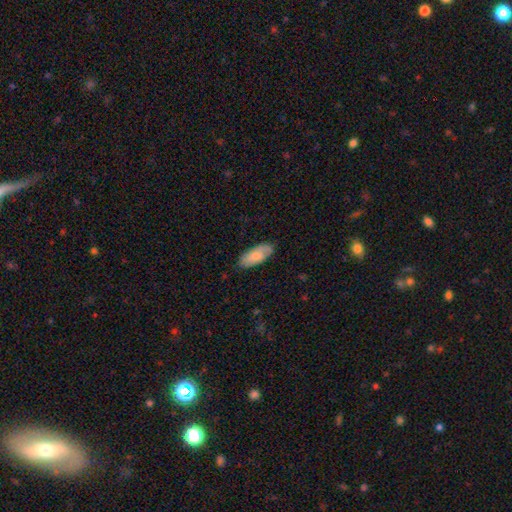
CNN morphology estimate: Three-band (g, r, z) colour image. It shows a smooth galaxy with no disk features (73%) that is in between round and cigar-shaped (86%). Merging: none (77%).